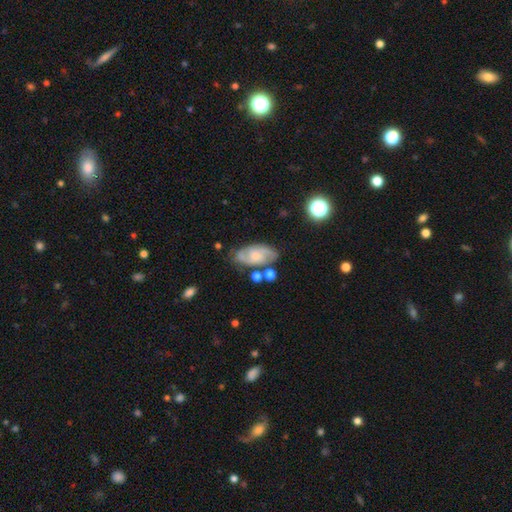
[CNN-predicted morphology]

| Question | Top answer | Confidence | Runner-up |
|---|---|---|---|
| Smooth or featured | featured or disk | 71% | smooth (22%) |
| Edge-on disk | no | 95% | yes (5%) |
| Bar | no | 60% | weak (34%) |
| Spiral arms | yes | 91% | no (9%) |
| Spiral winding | medium | 47% | tight (36%) |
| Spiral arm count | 2 | 76% | can't tell (14%) |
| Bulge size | small | 62% | moderate (30%) |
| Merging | none | 70% | minor disturbance (18%) |